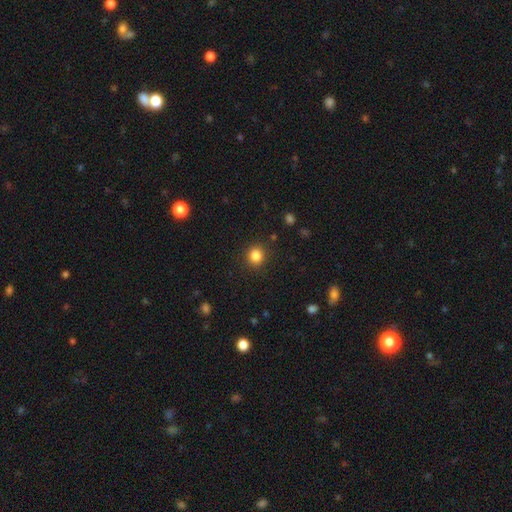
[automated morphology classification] Q: Smooth or featured?
A: smooth (84%); runner-up: star or artifact (12%)
Q: How rounded?
A: round (86%); runner-up: in between (13%)
Q: Merging?
A: none (89%); runner-up: minor disturbance (7%)